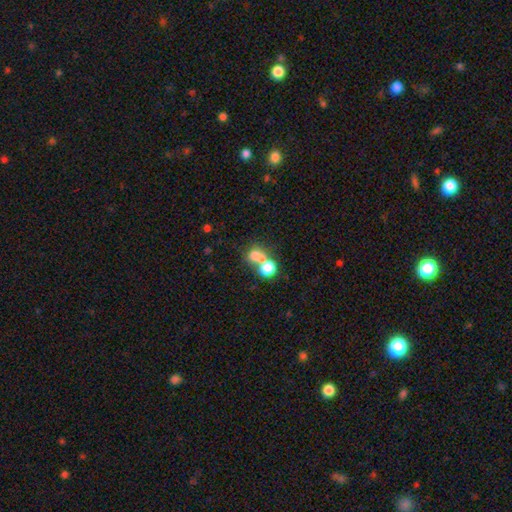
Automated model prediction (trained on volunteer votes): A smooth galaxy with no disk features (71%) that is round (61%). Merging: merger (59%).